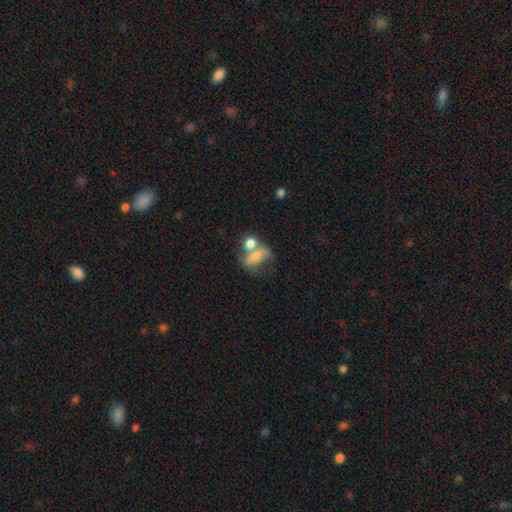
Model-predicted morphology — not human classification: Overall: smooth (60%; featured or disk 29%). How rounded: in between (72%). Merging: merger (46%; none 23%).